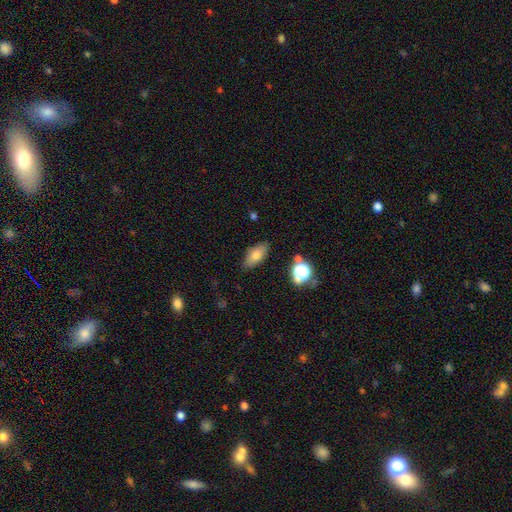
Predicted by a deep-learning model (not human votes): This is likely a smooth galaxy (73%). How rounded: clearly in between (85%). Merging: clearly none (82%).